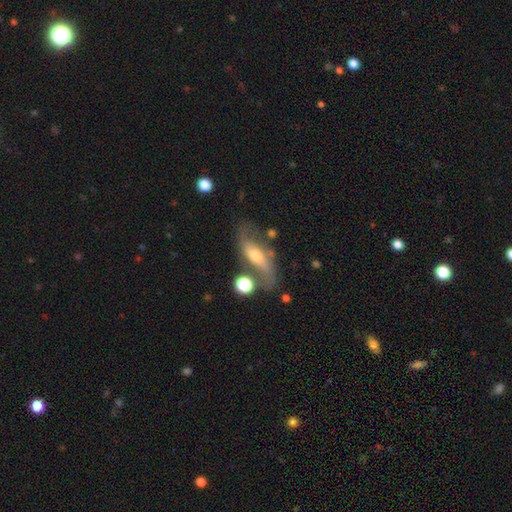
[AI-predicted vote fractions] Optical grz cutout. It shows a featured or disk galaxy (71%) with no bar (40%), spiral arms (83%) and a moderate central bulge (59%). Merging: none (59%).